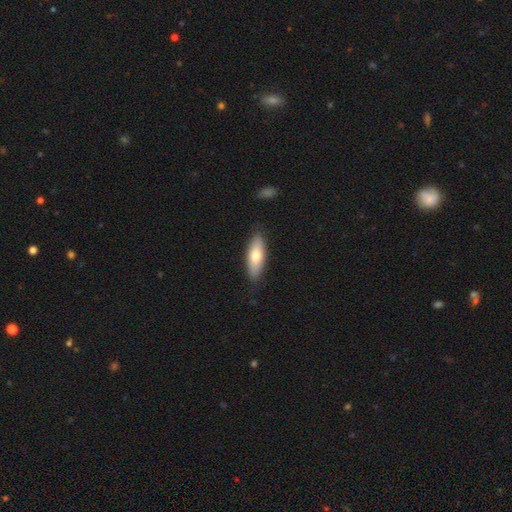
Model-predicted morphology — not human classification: Smooth or featured?
  - smooth: 71% *
  - featured or disk: 23%
  - star or artifact: 6%
How rounded?
  - in between: 68% *
  - cigar-shaped: 30%
  - round: 2%
Merging?
  - none: 85% *
  - minor disturbance: 12%
  - major disturbance: 2%
  - merger: 1%